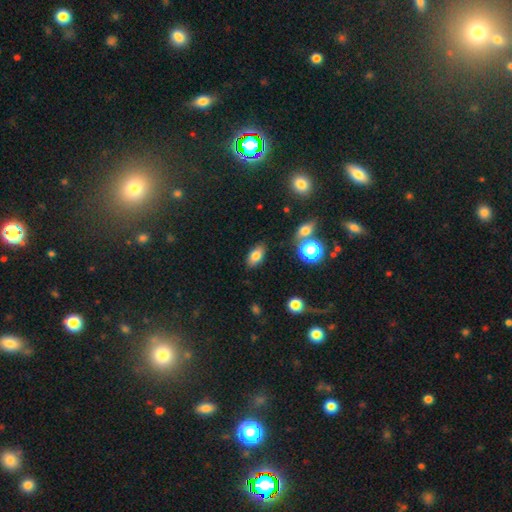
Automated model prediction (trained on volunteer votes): Smooth or featured? Predicted: smooth (p=0.79). How rounded? Predicted: in between (p=0.88). Merging? Predicted: none (p=0.83).